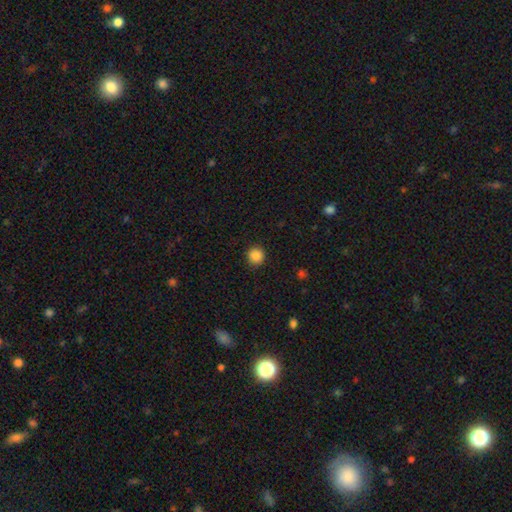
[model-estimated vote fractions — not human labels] Smooth or featured: smooth — 86% (star or artifact — 10%)
How rounded: round — 94% (in between — 5%)
Merging: none — 91% (minor disturbance — 6%)